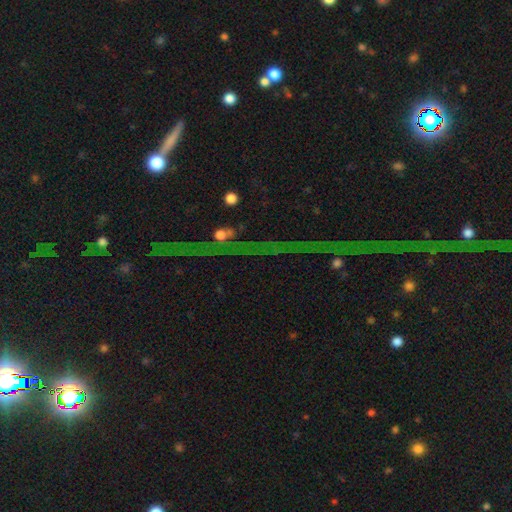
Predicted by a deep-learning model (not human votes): Overall: star or artifact (74%).